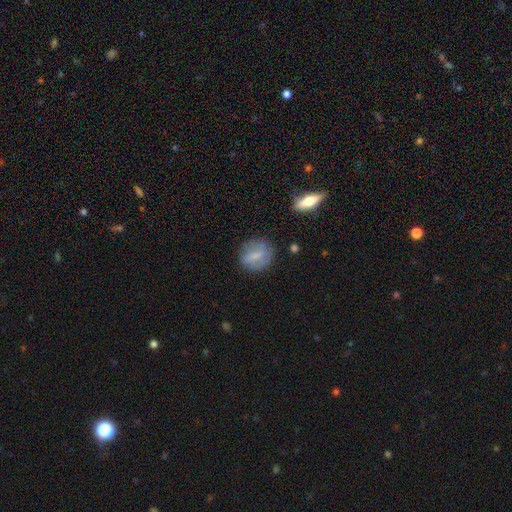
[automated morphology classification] Q: Smooth or featured?
A: smooth (63%); runner-up: featured or disk (28%)
Q: How rounded?
A: round (65%); runner-up: in between (32%)
Q: Merging?
A: none (74%); runner-up: minor disturbance (18%)